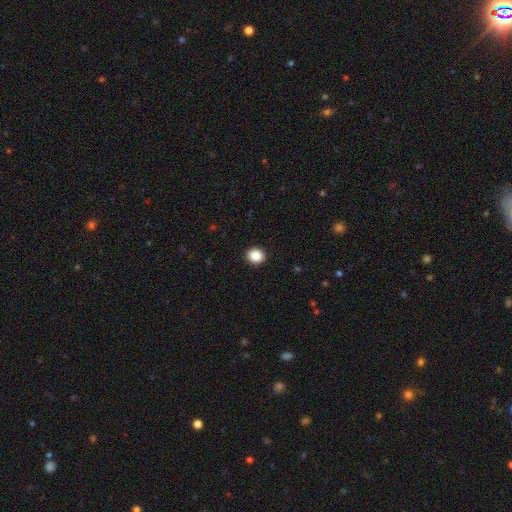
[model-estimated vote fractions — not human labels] Overall: smooth (87%). How rounded: round (82%). Merging: none (93%).